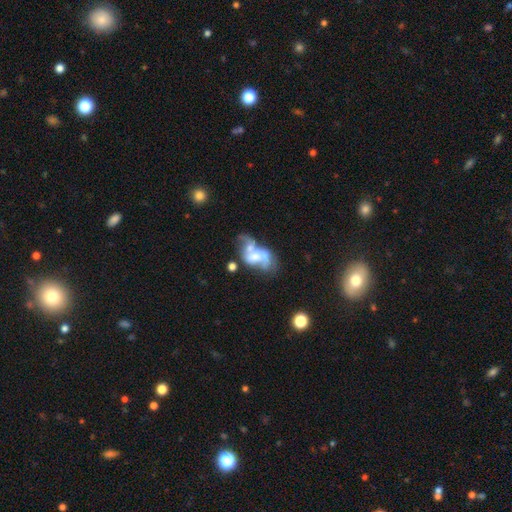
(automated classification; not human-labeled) A featured or disk galaxy (58%) with no bar (75%), no spiral arms (64%) and a moderate central bulge (34%). Merging: merger (47%).